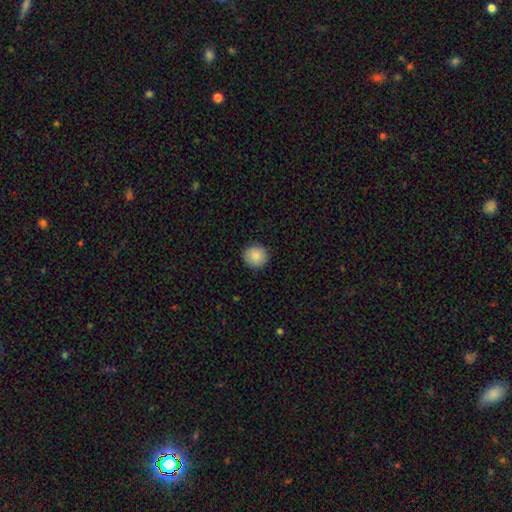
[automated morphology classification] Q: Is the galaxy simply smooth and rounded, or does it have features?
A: smooth — 88%.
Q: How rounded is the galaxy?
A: round — 89%.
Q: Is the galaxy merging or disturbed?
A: none — 90%.